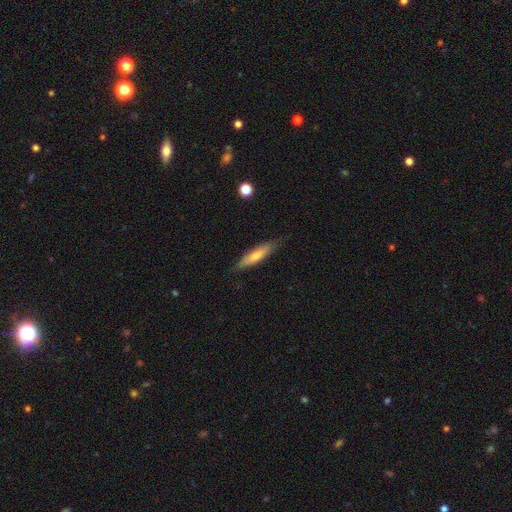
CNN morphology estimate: smooth-or-featured: smooth: 66% | featured or disk: 29% | star or artifact: 6%
  how-rounded: cigar-shaped: 76% | in between: 22% | round: 2%
  merging: none: 77% | minor disturbance: 18% | major disturbance: 4% | merger: 1%